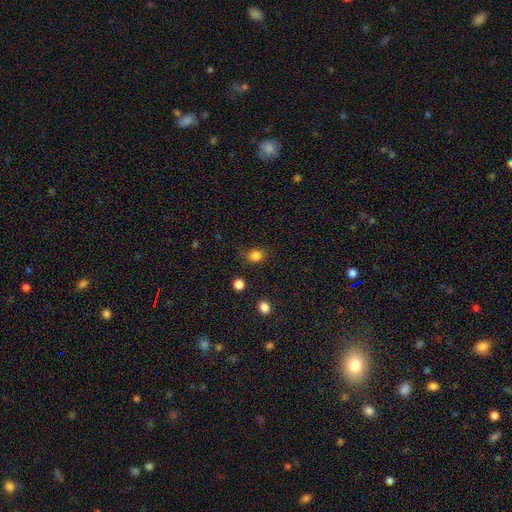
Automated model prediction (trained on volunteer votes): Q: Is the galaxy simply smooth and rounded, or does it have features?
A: smooth — 83%.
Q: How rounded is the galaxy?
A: round — 60%.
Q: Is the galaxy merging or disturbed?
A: none — 78%.